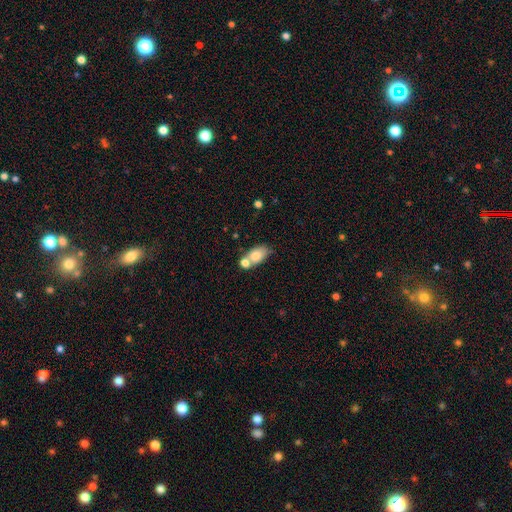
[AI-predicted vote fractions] Overall: smooth (75%). How rounded: in between (85%). Merging: none (42%; merger 40%).